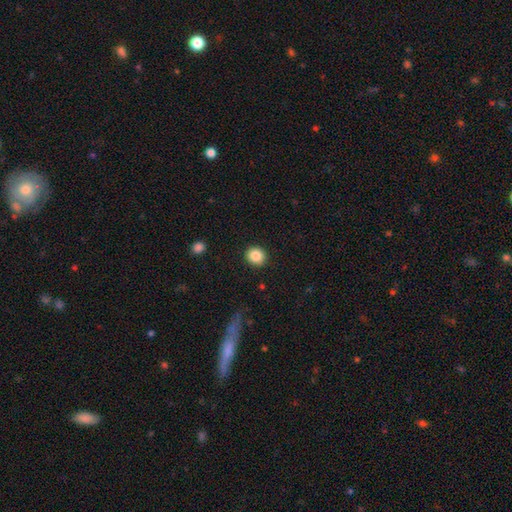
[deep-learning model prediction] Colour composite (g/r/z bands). It shows a smooth galaxy with no disk features (87%) that is round (80%). Merging: none (91%).